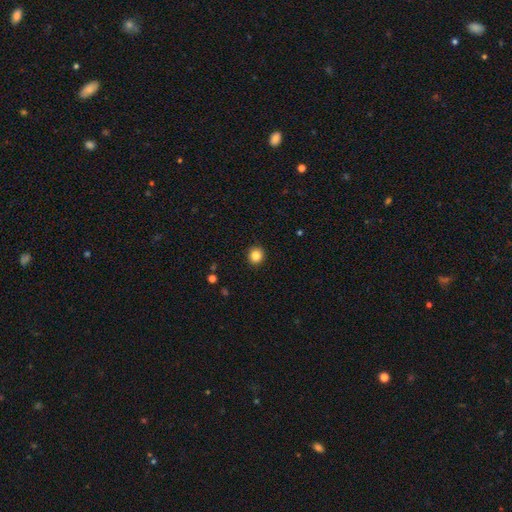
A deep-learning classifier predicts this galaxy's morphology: smooth 84%, star or artifact 11%, featured or disk 5%. Down the decision tree: how rounded — round (91%); merging — none (92%).